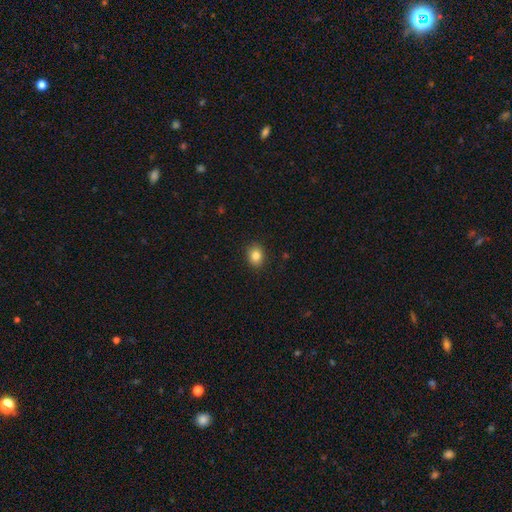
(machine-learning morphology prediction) smooth_or_featured: smooth (p=0.84) [alt: star or artifact p=0.10]
how_rounded: in between (p=0.55) [alt: round p=0.44]
merging: none (p=0.89) [alt: minor disturbance p=0.08]